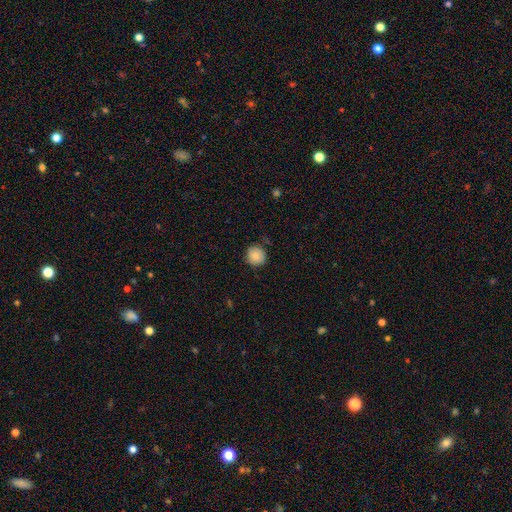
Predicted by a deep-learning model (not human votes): Smooth or featured? Predicted: smooth (p=0.84). How rounded? Predicted: round (p=0.92). Merging? Predicted: none (p=0.84).